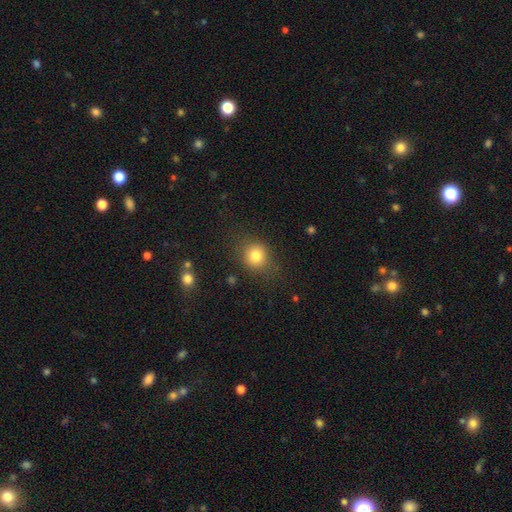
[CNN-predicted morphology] This is clearly a smooth galaxy (80%). How rounded: likely round (79%). Merging: likely none (76%).